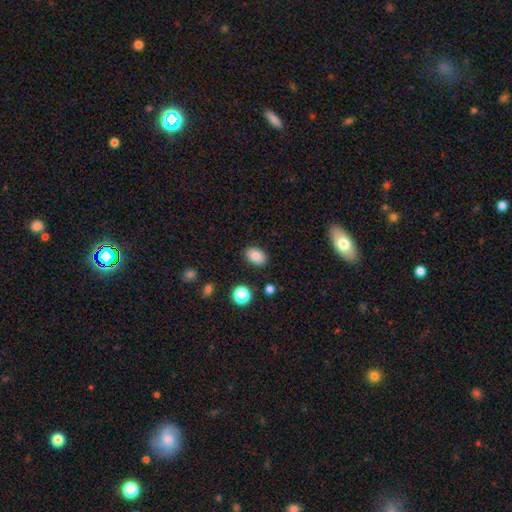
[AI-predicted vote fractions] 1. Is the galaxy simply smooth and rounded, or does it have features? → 80% smooth, 10% featured or disk, 10% star or artifact.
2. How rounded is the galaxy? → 80% in between, 19% round, 1% cigar-shaped.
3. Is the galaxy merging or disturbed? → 86% none, 10% minor disturbance, 2% major disturbance, 2% merger.